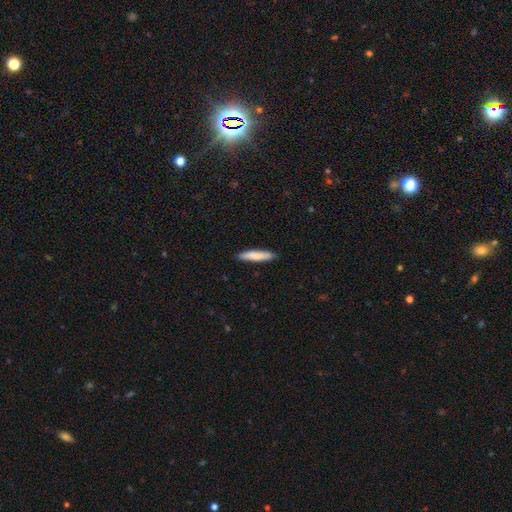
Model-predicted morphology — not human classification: smooth-or-featured: smooth: 80% | featured or disk: 14% | star or artifact: 5%
  how-rounded: cigar-shaped: 87% | in between: 12% | round: 1%
  merging: none: 88% | minor disturbance: 10% | major disturbance: 2% | merger: 1%